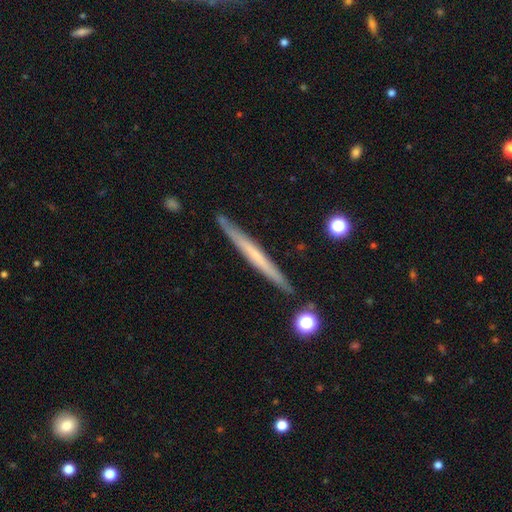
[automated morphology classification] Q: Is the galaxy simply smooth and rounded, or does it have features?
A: featured or disk — 54%.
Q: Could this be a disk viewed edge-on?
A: yes — 96%.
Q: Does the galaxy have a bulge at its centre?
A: none — 82%.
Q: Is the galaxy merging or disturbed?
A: none — 89%.